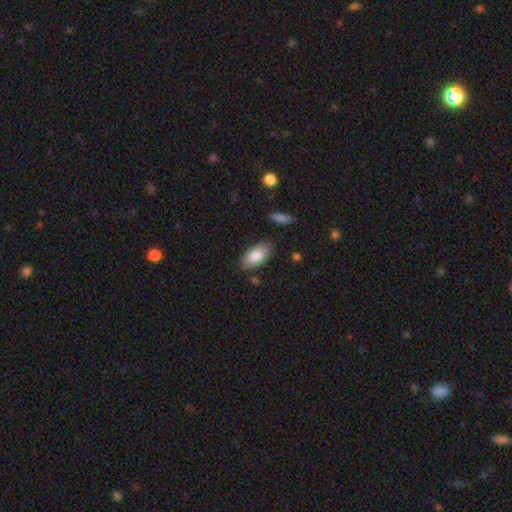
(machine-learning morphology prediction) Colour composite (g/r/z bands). It shows a smooth galaxy with no disk features (85%) that is in between round and cigar-shaped (93%). Merging: none (81%).